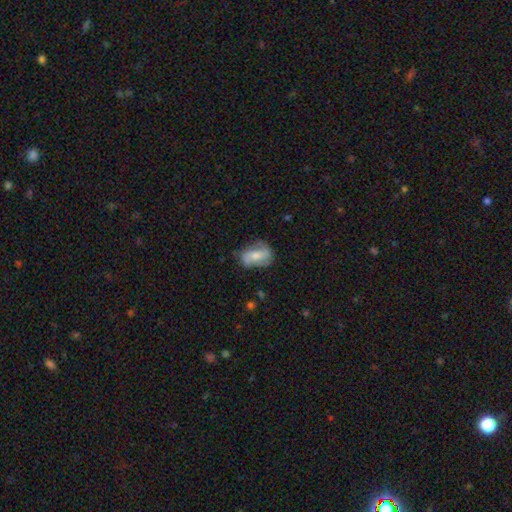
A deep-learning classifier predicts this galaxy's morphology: A featured or disk galaxy (47%).

Vote fractions:
- Smooth or featured? featured or disk: 47% / smooth: 45% / star or artifact: 8%
- Merging? none: 60% / minor disturbance: 27% / major disturbance: 11% / merger: 2%